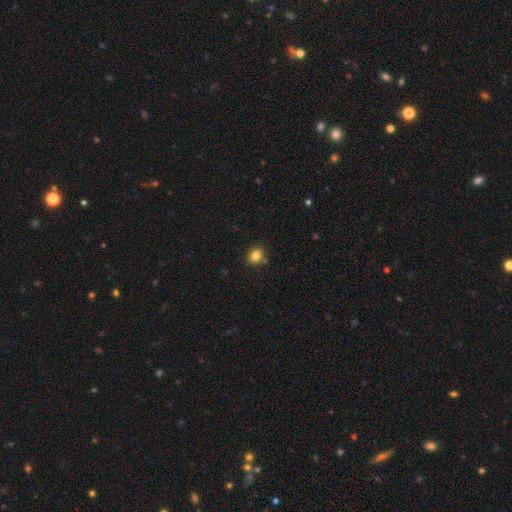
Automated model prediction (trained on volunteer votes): smooth-or-featured: smooth: 82% | star or artifact: 12% | featured or disk: 6%
  how-rounded: round: 69% | in between: 31% | cigar-shaped: 1%
  merging: none: 81% | minor disturbance: 11% | merger: 6% | major disturbance: 2%